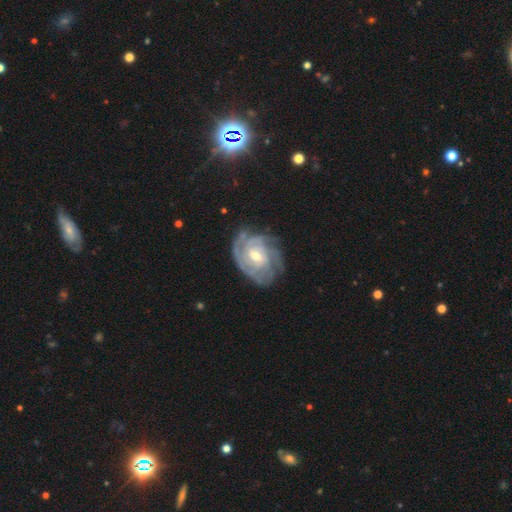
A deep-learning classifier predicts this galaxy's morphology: The model was most divided on "bar": no: 47%, weak: 43%, strong: 11%. Remaining: edge-on disk — no (97%); spiral arms — yes (96%); smooth or featured — featured or disk (88%); spiral winding — tight (73%); merging — none (69%); bulge size — moderate (55%); spiral arm count — can't tell (31%).